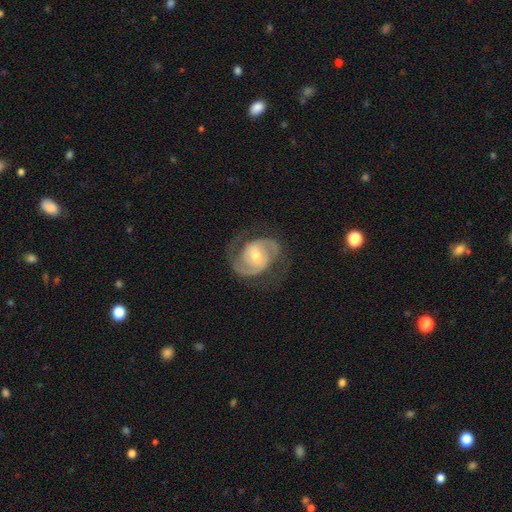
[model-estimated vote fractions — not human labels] Smooth or featured? featured or disk (89%)
Edge-on disk? no (98%)
Bar? weak (45%)
Spiral arms? yes (97%)
Spiral winding? medium (49%)
Spiral arm count? 2 (91%)
Bulge size? moderate (62%)
Merging? none (74%)